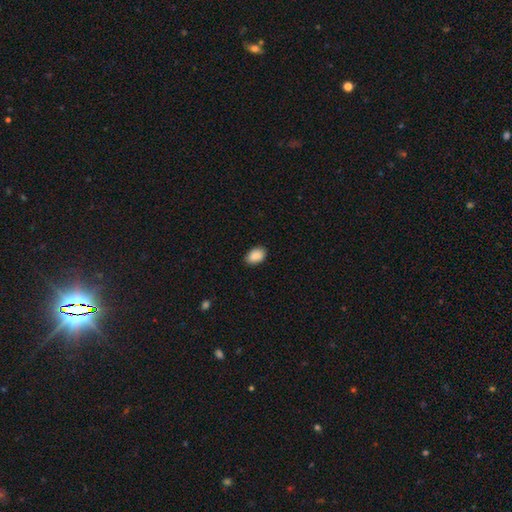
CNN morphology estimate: type=smooth (90%); roundness=in between (87%); merging=none (86%).